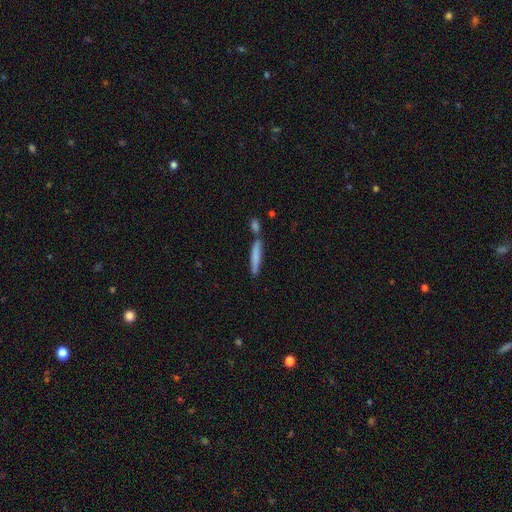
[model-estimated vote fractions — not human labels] smooth 73%, featured or disk 21%, star or artifact 7%. Down the decision tree: how rounded — cigar-shaped (91%); merging — none (62%).